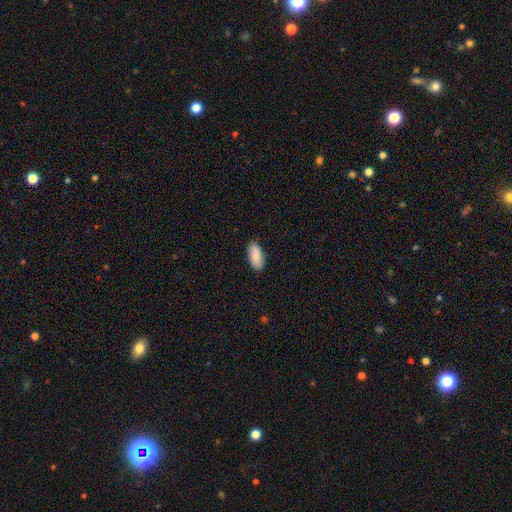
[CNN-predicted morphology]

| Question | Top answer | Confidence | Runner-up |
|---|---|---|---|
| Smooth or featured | smooth | 86% | featured or disk (9%) |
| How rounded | in between | 92% | cigar-shaped (6%) |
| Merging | none | 88% | minor disturbance (9%) |